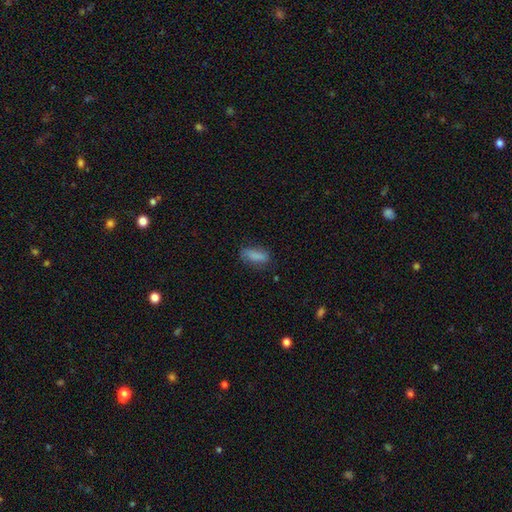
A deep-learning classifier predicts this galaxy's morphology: smooth 83%, featured or disk 9%, star or artifact 8%. Down the decision tree: how rounded — in between (71%); merging — none (71%).